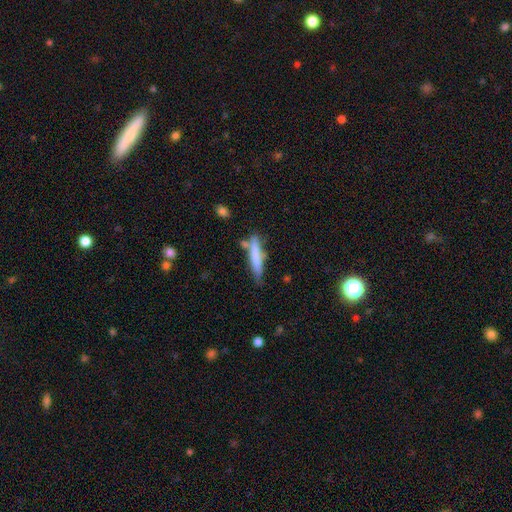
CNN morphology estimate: A smooth galaxy with no disk features (69%) that is cigar-shaped (89%).

Vote fractions:
- Smooth or featured? smooth: 69% / featured or disk: 25% / star or artifact: 7%
- How rounded? cigar-shaped: 89% / in between: 10% / round: 1%
- Merging? none: 64% / minor disturbance: 21% / merger: 10% / major disturbance: 5%